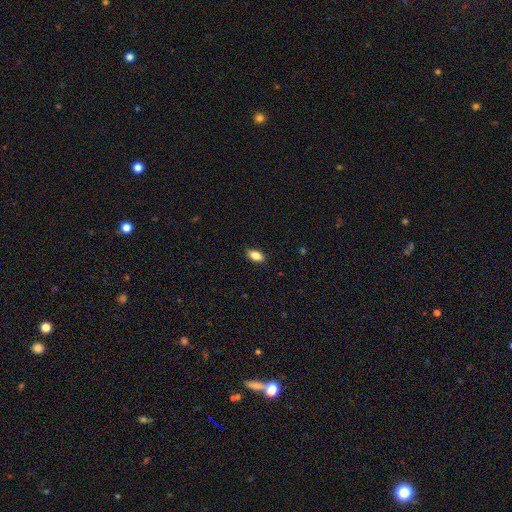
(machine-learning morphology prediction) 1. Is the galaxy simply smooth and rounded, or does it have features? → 84% smooth, 8% star or artifact, 8% featured or disk.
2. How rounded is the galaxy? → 89% in between, 6% cigar-shaped, 5% round.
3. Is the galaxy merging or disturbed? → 88% none, 9% minor disturbance, 2% major disturbance, 1% merger.